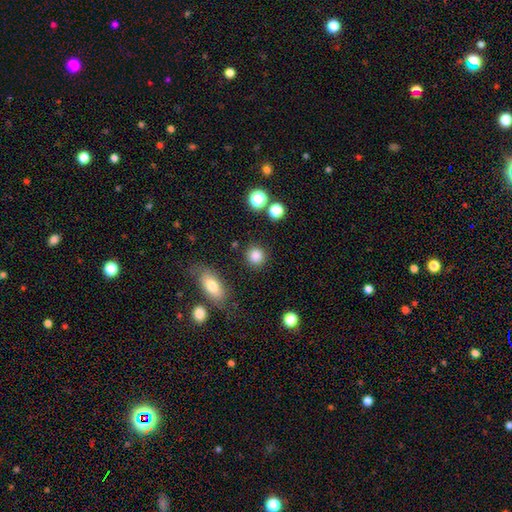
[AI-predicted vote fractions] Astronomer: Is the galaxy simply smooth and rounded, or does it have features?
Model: smooth — 85%.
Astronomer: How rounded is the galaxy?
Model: round — 89%.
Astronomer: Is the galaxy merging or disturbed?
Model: none — 86%.